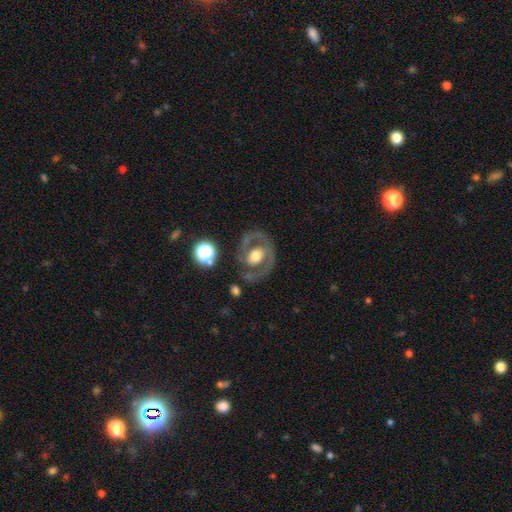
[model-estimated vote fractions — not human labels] This is likely a featured or disk galaxy (73%). It is clearly not viewed edge-on (96%). Bar: possibly no (56%). Spiral arm pattern: likely yes (65%). Central bulge: possibly moderate (54%). Merging: likely none (68%).